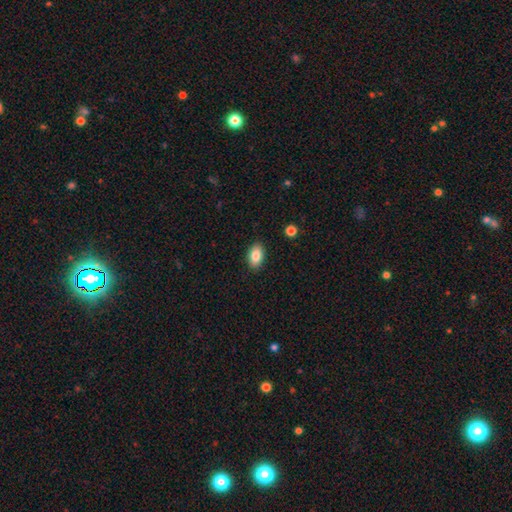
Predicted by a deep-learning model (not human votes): The model was most divided on "smooth or featured": smooth: 85%, star or artifact: 8%, featured or disk: 7%. More confident: how rounded — in between (92%); merging — none (89%).